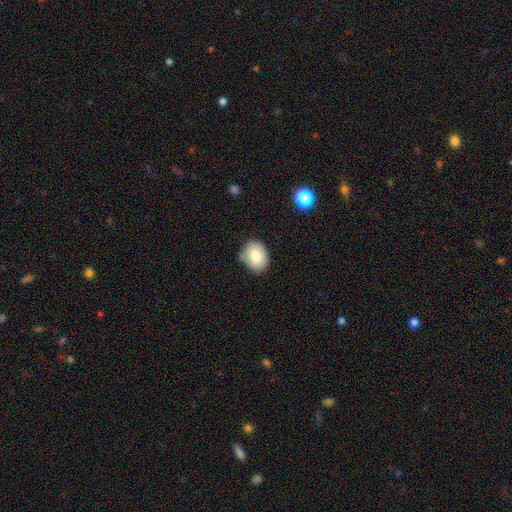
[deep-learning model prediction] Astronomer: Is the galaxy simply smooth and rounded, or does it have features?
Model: smooth — 79%.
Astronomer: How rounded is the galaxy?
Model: in between — 58% (runner-up: round, 41%).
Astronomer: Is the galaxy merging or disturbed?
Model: none — 73%.